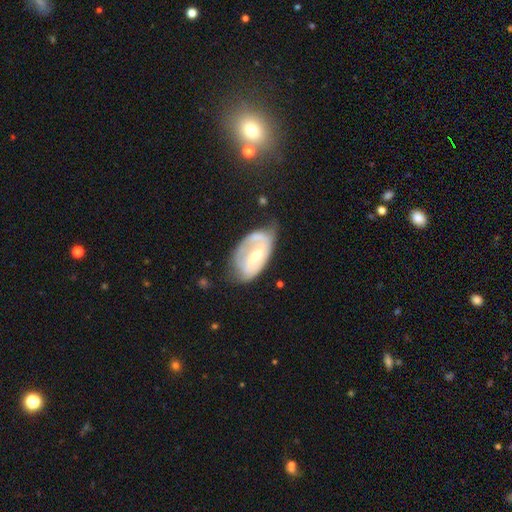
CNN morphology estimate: Q: Smooth or featured?
A: featured or disk (70%); runner-up: smooth (24%)
Q: Edge-on disk?
A: no (95%); runner-up: yes (5%)
Q: Bar?
A: weak (45%); runner-up: strong (31%)
Q: Spiral arms?
A: yes (75%); runner-up: no (25%)
Q: Spiral winding?
A: medium (39%); tied with: tight (39%)
Q: Spiral arm count?
A: 2 (51%); runner-up: can't tell (25%)
Q: Bulge size?
A: moderate (52%); runner-up: small (42%)
Q: Merging?
A: none (40%); runner-up: minor disturbance (35%)